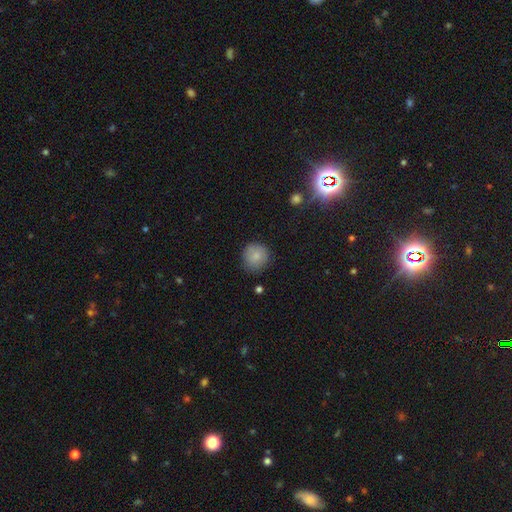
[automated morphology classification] The model was most divided on "merging": none: 81%, minor disturbance: 14%, major disturbance: 3%, merger: 2%. More confident: how rounded — round (92%); smooth or featured — smooth (83%).